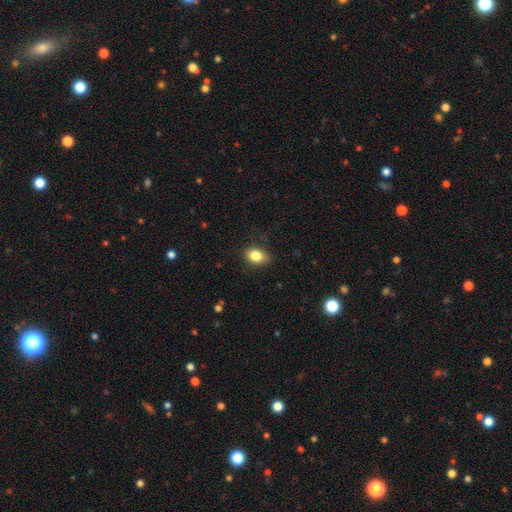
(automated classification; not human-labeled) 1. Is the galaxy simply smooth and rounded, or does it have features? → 84% smooth, 9% star or artifact, 7% featured or disk.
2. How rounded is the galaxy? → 72% in between, 27% round, 1% cigar-shaped.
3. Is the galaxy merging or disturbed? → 80% none, 16% minor disturbance, 3% major disturbance, 1% merger.